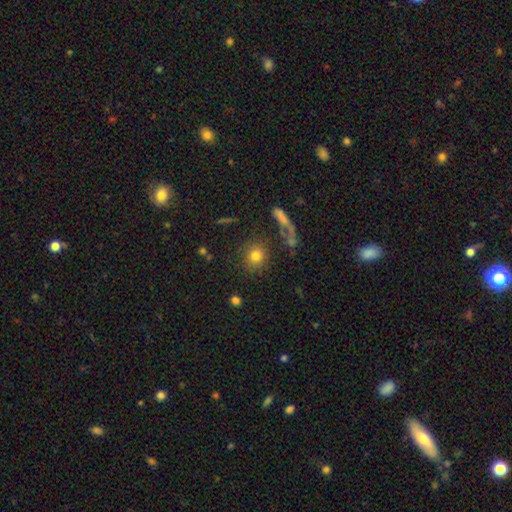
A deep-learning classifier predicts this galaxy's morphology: Smooth or featured? Predicted: smooth (p=0.78). How rounded? Predicted: round (p=0.87). Merging? Predicted: none (p=0.80).